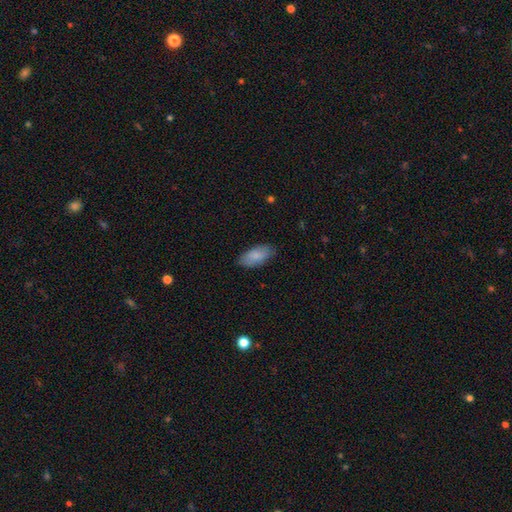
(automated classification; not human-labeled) A smooth galaxy with no disk features (84%) that is in between round and cigar-shaped (91%). Merging: none (83%).